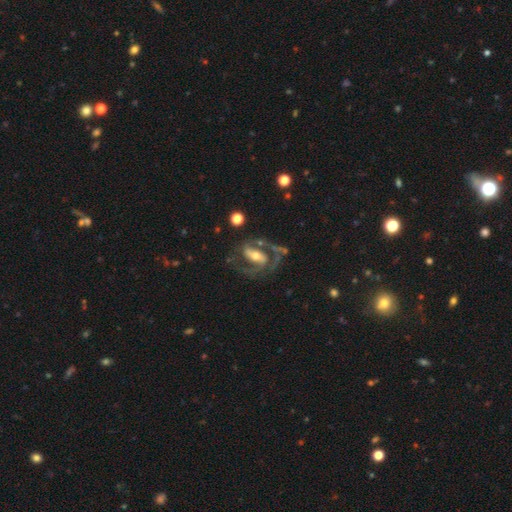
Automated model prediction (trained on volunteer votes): A featured or disk galaxy (85%) with a strong bar (45%), 2 (83%) medium (55%) spiral arms (91%) and a moderate central bulge (59%). Merging: none (55%).